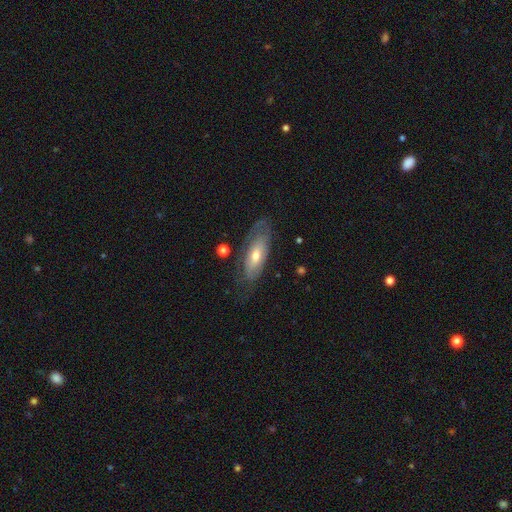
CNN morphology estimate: Overall: featured or disk (52%; smooth 41%). Edge-on disk: no (76%). Merging: none (61%; minor disturbance 24%).